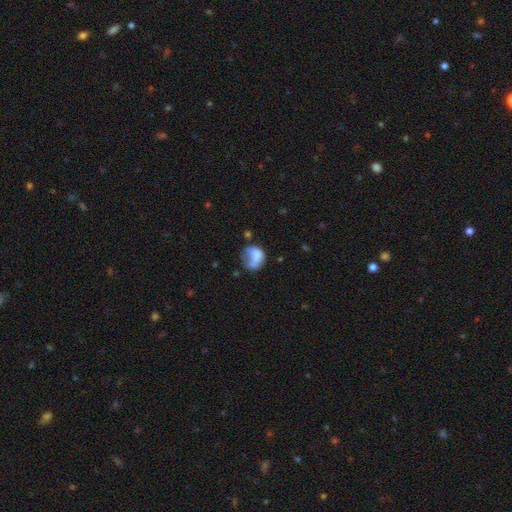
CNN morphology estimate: This is likely a smooth galaxy (62%). How rounded: possibly round (54%). Merging: marginally major disturbance (35%).